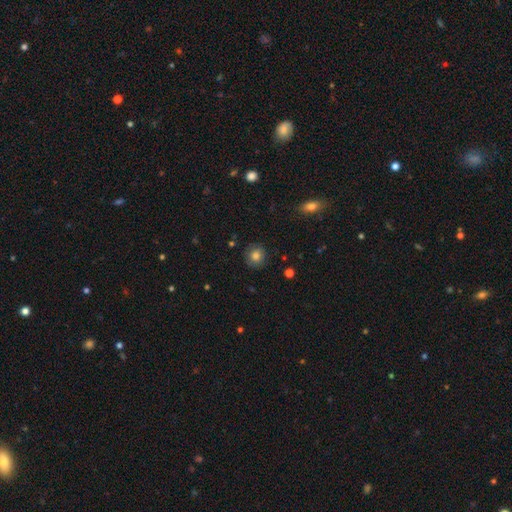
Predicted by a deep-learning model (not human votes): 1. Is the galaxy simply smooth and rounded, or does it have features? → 81% smooth, 10% star or artifact, 9% featured or disk.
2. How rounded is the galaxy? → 88% round, 11% in between, 1% cigar-shaped.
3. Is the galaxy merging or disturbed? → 87% none, 10% minor disturbance, 3% major disturbance, 1% merger.